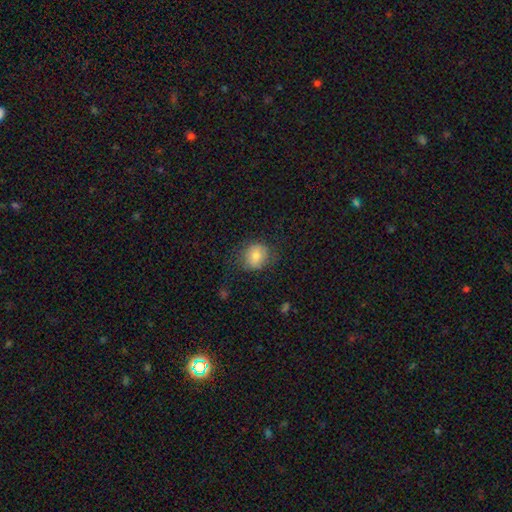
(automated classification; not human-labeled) Morphology: type=smooth (78%); roundness=round (73%); merging=none (75%).